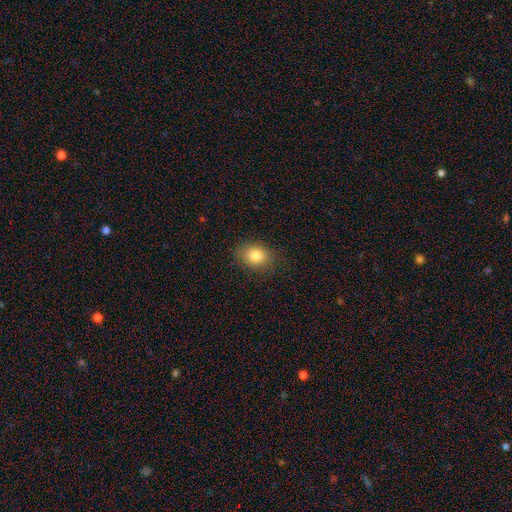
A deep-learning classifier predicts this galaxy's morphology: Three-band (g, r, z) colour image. It shows a smooth galaxy with no disk features (82%) that is in between round and cigar-shaped (56%). Merging: none (84%).